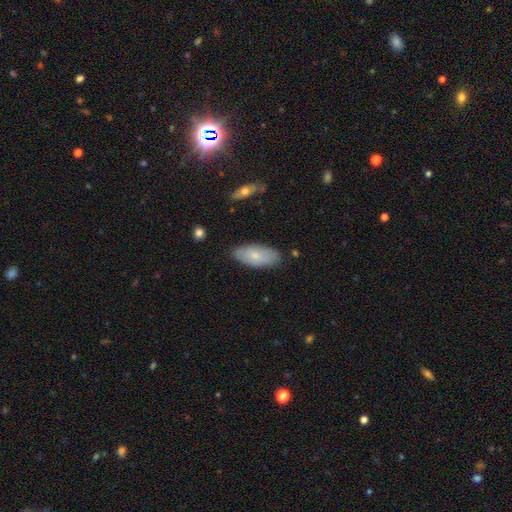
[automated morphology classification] This is likely a smooth galaxy (71%). How rounded: clearly in between (90%). Merging: clearly none (82%).